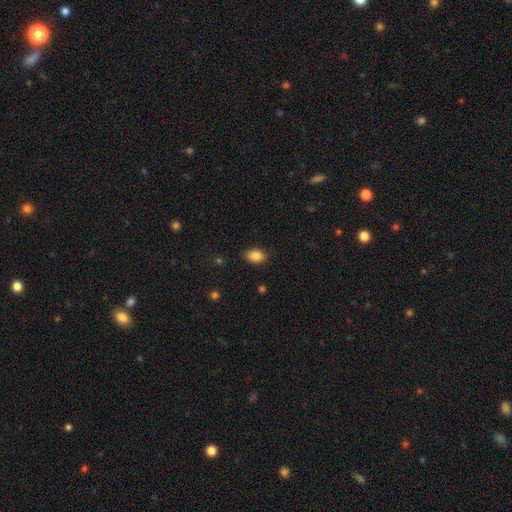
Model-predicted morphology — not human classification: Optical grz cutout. It shows a smooth galaxy with no disk features (85%) that is in between round and cigar-shaped (84%). Merging: none (86%).